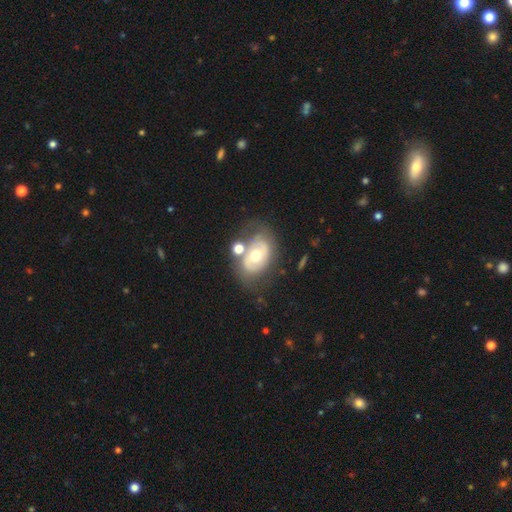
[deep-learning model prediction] smooth_or_featured: featured or disk (p=0.64) [alt: smooth p=0.28]
disk_edge_on: no (p=0.95) [alt: yes p=0.05]
bar: no (p=0.72) [alt: weak p=0.21]
has_spiral_arms: yes (p=0.54) [alt: no p=0.46]
bulge_size: moderate (p=0.72) [alt: small p=0.18]
merging: none (p=0.53) [alt: minor disturbance p=0.20]